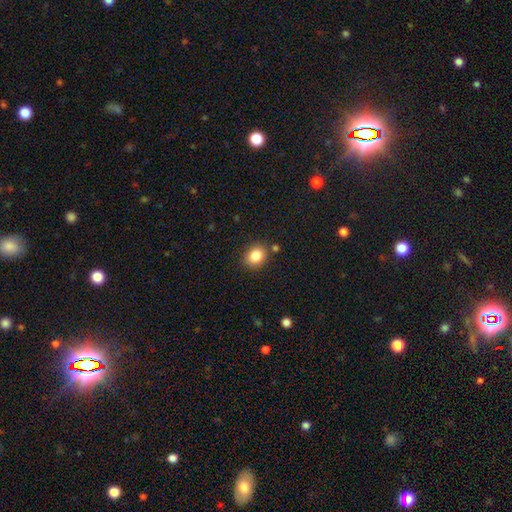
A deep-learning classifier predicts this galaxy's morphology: This is clearly a smooth galaxy (84%). How rounded: likely round (63%). Merging: clearly none (82%).